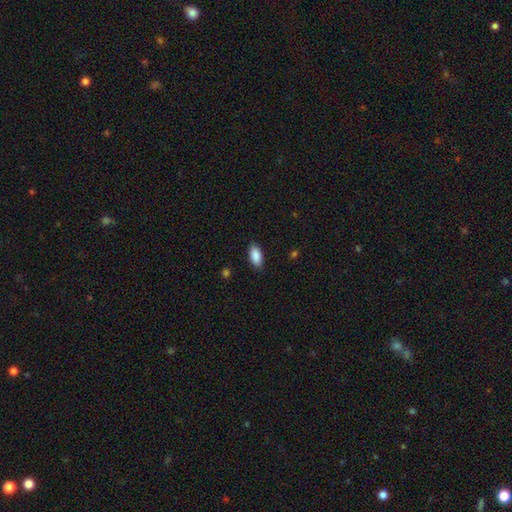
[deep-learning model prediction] Q: Smooth or featured?
A: smooth (89%); runner-up: star or artifact (7%)
Q: How rounded?
A: in between (91%); runner-up: cigar-shaped (7%)
Q: Merging?
A: none (86%); runner-up: minor disturbance (11%)